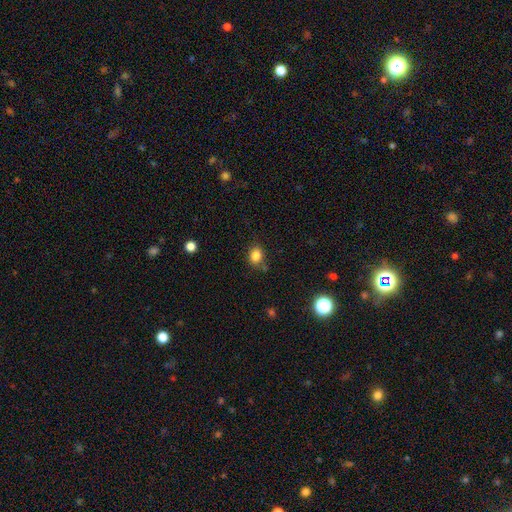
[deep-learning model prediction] smooth 83%, star or artifact 12%, featured or disk 5%. Down the decision tree: how rounded — round (53%); merging — none (75%).